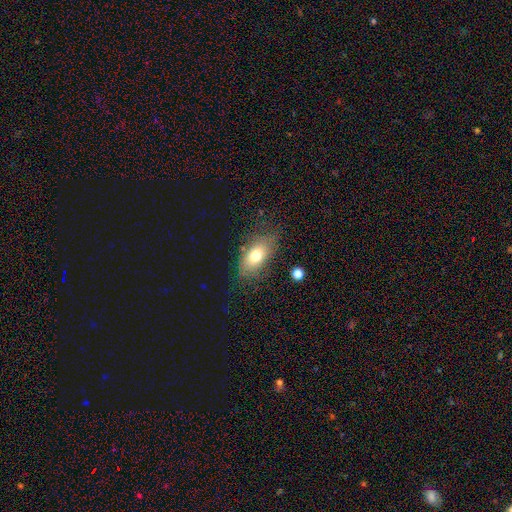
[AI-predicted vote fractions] Overall: smooth (73%). How rounded: in between (87%). Merging: none (72%).